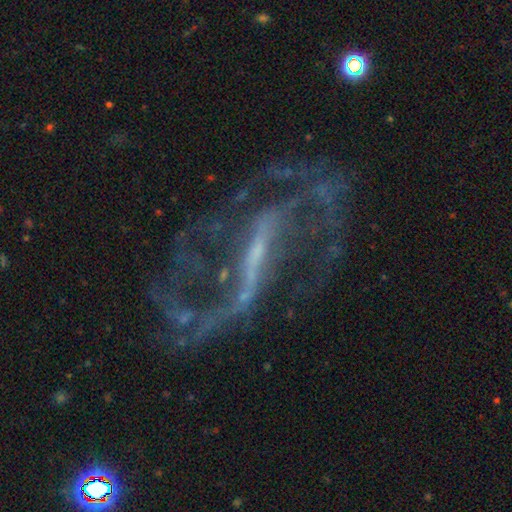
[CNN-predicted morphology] Overall: featured or disk (86%). Edge-on disk: no (92%). Bar: strong (61%; weak 28%). Spiral arms: yes (87%). Spiral arm count: 2 (73%). Spiral winding: loose (55%; medium 34%). Bulge size: small (58%; none 25%). Merging: none (53%; major disturbance 29%).